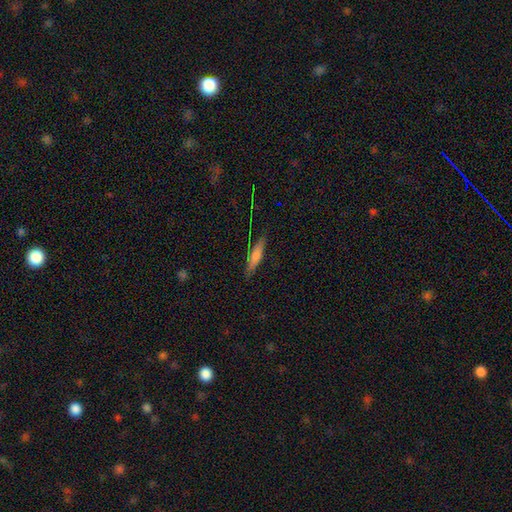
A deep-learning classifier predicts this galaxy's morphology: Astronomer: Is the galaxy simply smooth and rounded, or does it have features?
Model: smooth — 65%.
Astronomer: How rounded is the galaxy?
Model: cigar-shaped — 78%.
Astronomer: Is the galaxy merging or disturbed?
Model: none — 84%.